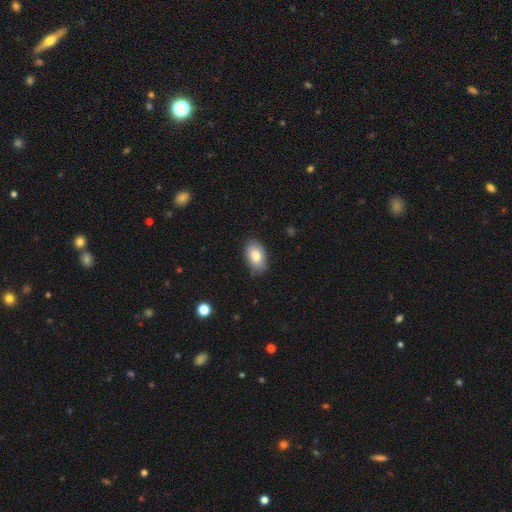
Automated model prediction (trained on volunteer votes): Smooth or featured? smooth (82%)
How rounded? in between (93%)
Merging? none (81%)